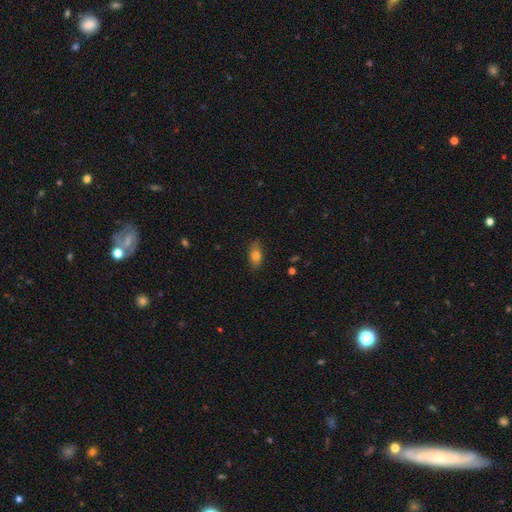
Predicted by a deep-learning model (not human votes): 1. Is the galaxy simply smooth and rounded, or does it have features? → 80% smooth, 10% featured or disk, 10% star or artifact.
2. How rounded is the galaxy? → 84% in between, 9% round, 7% cigar-shaped.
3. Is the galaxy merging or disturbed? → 77% none, 18% minor disturbance, 4% major disturbance, 1% merger.